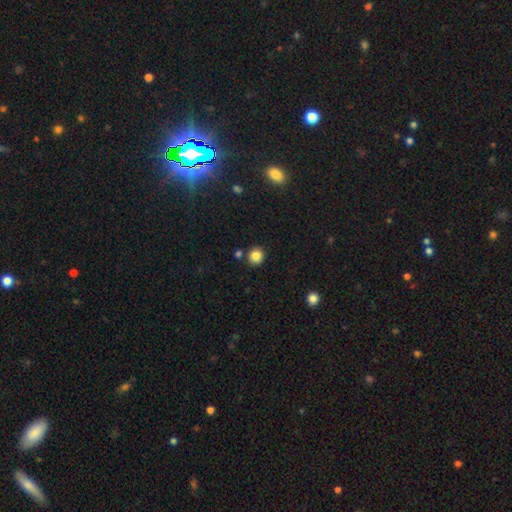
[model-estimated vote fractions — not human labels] Smooth or featured?
  - smooth: 84% *
  - star or artifact: 11%
  - featured or disk: 5%
How rounded?
  - round: 89% *
  - in between: 10%
  - cigar-shaped: 1%
Merging?
  - none: 83% *
  - minor disturbance: 8%
  - merger: 7%
  - major disturbance: 2%